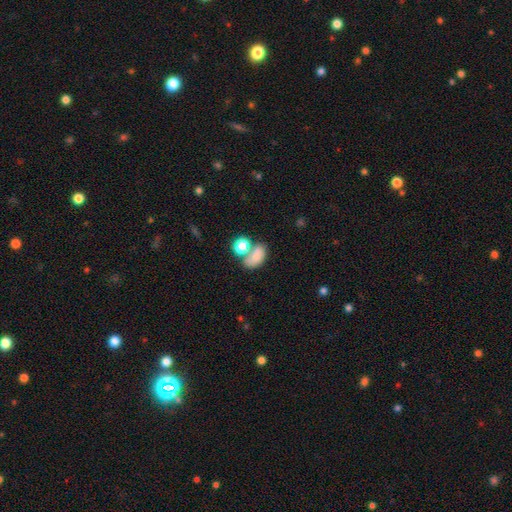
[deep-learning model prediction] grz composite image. It shows a smooth galaxy with no disk features (74%) that is in between round and cigar-shaped (82%). Merging: merger (41%).